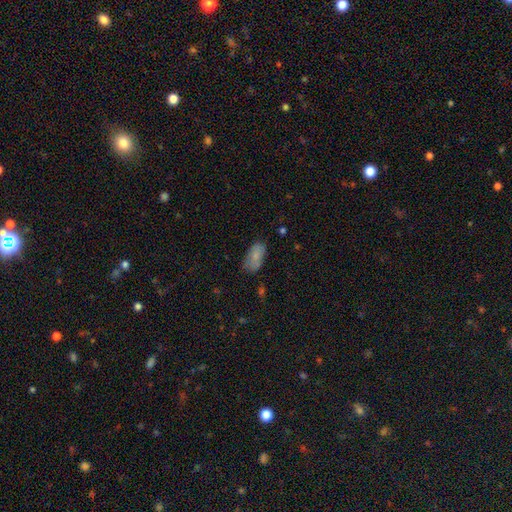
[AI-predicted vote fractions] Smooth or featured? Predicted: smooth (p=0.81). How rounded? Predicted: in between (p=0.92). Merging? Predicted: none (p=0.64).